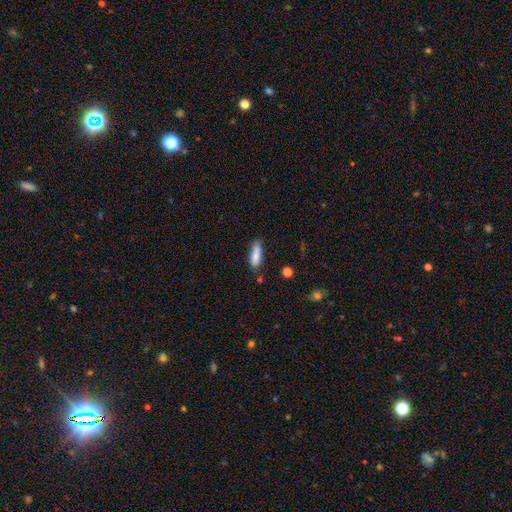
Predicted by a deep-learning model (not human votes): smooth_or_featured: smooth (p=0.83) [alt: featured or disk p=0.10]
how_rounded: cigar-shaped (p=0.49) [tied with: in between p=0.49]
merging: none (p=0.76) [alt: minor disturbance p=0.17]